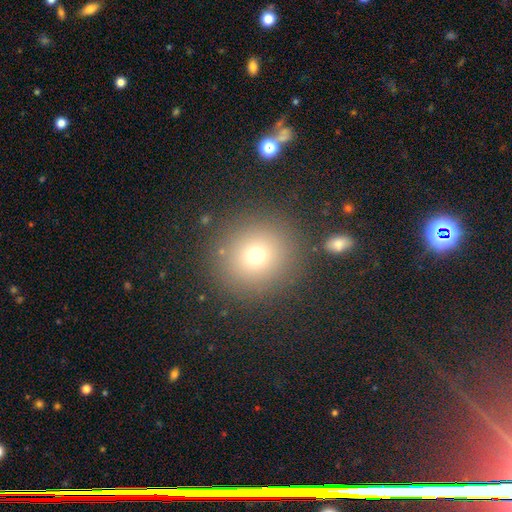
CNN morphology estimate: Overall: smooth (72%). How rounded: round (93%). Merging: none (86%).